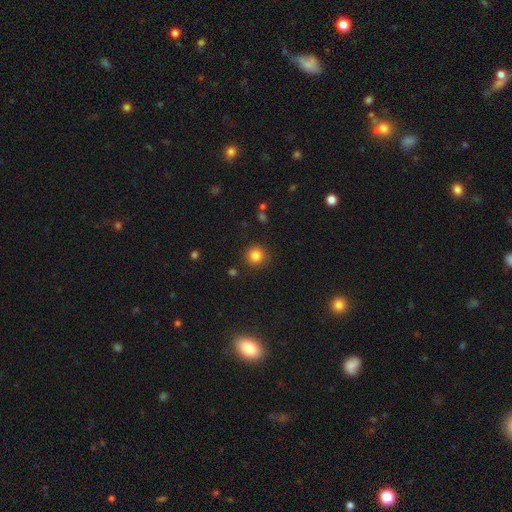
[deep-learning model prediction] Smooth or featured? smooth (84%)
How rounded? round (94%)
Merging? none (90%)